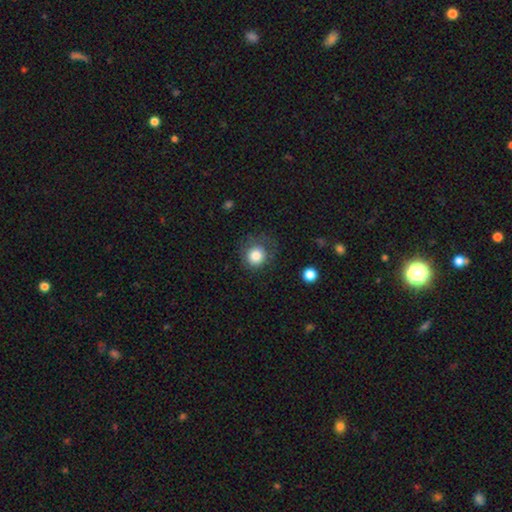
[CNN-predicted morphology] The model was most divided on "merging": none: 65%, minor disturbance: 21%, major disturbance: 13%, merger: 2%. More confident: how rounded — round (87%); smooth or featured — smooth (82%).